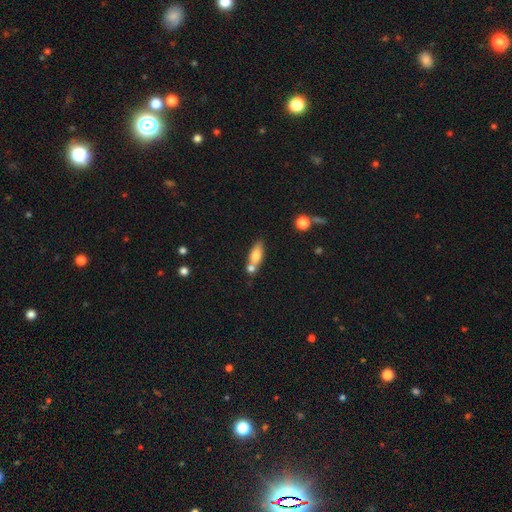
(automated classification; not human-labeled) Overall: smooth (74%). How rounded: in between (68%; cigar-shaped 28%). Merging: none (49%; merger 33%).